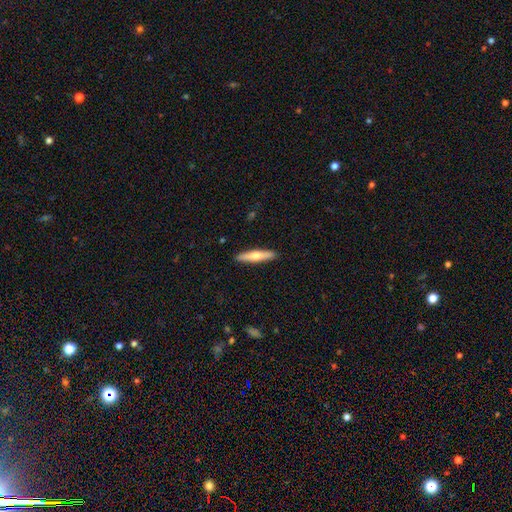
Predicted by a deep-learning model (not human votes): Smooth or featured? smooth (52%)
How rounded? cigar-shaped (87%)
Merging? none (91%)